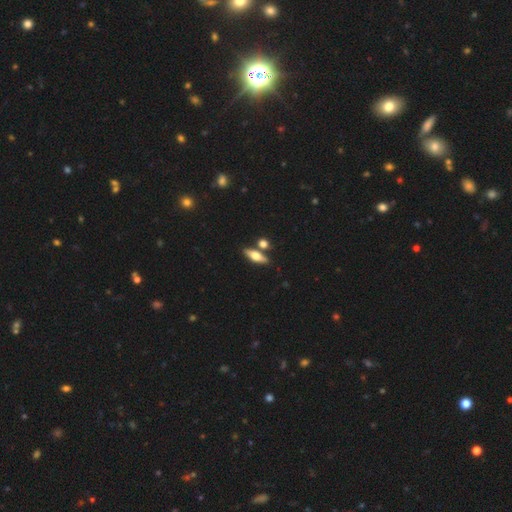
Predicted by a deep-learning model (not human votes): This appears to be a smooth galaxy with no disk features (48%). Merging: none (74%).